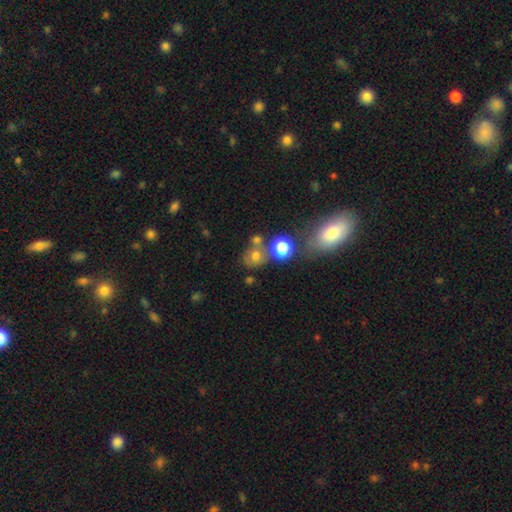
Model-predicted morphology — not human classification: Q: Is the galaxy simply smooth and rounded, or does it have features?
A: smooth — 68%.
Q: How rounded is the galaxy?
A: round — 74%.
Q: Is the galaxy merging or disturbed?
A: none — 50%.